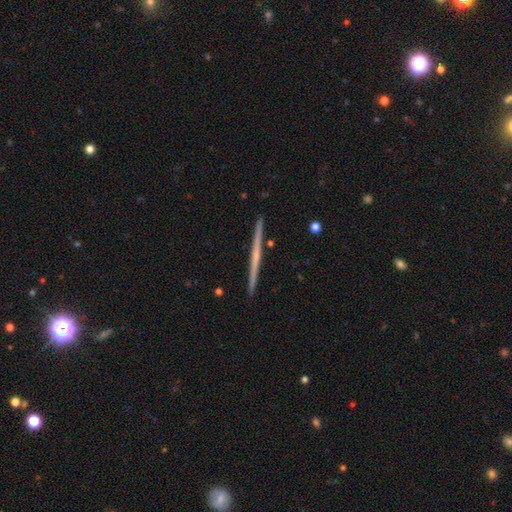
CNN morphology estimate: A featured or disk galaxy (69%) viewed edge-on (98%) with no central bulge (73%). Merging: none (93%).